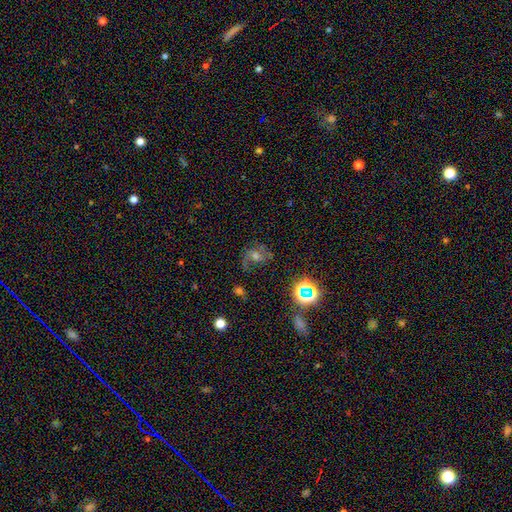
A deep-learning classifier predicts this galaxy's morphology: A featured or disk galaxy (54%) with no bar (51%), spiral arms (86%) and a moderate central bulge (58%). Merging: none (56%).